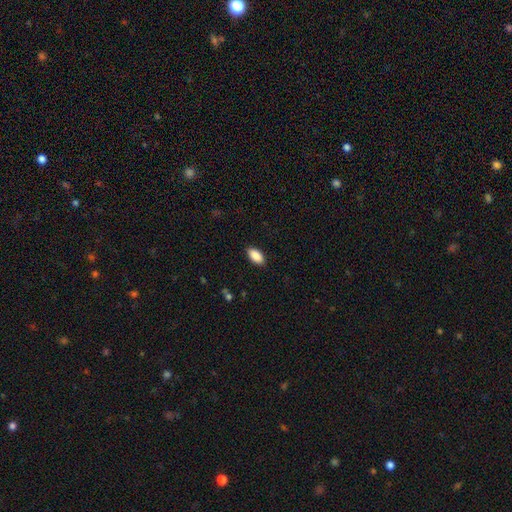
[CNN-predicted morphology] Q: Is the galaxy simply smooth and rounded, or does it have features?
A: smooth — 90%.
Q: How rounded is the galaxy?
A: in between — 94%.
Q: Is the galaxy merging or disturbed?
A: none — 89%.